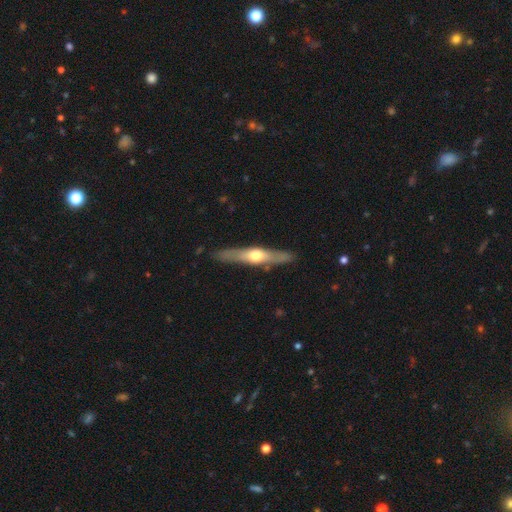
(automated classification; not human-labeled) smooth_or_featured: featured or disk (p=0.61) [alt: smooth p=0.34]
disk_edge_on: yes (p=0.91) [alt: no p=0.09]
edge_on_bulge: rounded (p=0.91) [alt: none p=0.05]
merging: none (p=0.88) [alt: minor disturbance p=0.09]